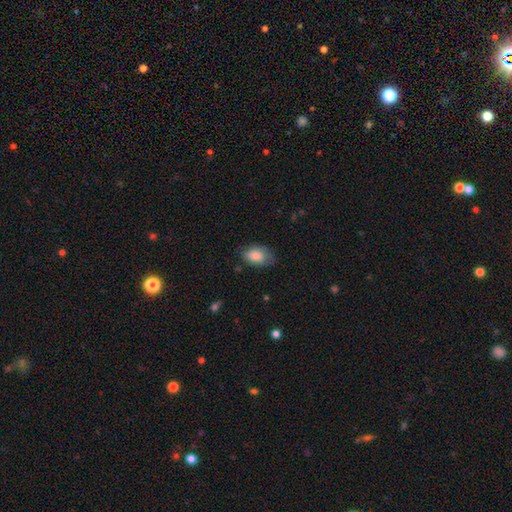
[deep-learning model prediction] Overall: smooth (84%). How rounded: in between (88%). Merging: none (63%; minor disturbance 28%).